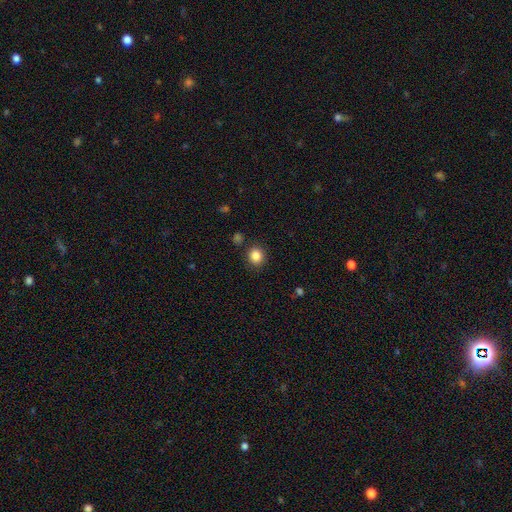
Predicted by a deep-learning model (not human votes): This appears to be a smooth galaxy with no disk features (86%) that is round (77%). Merging: none (86%).